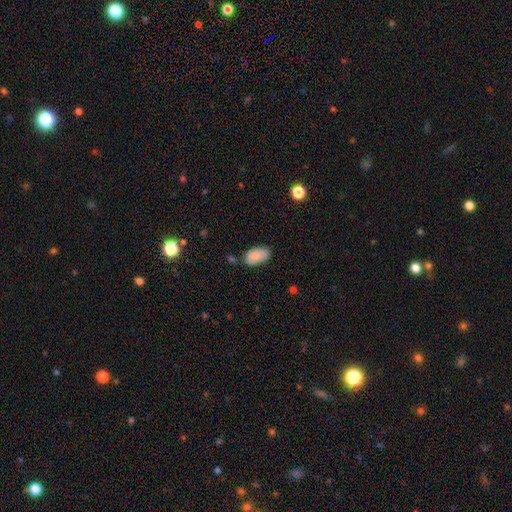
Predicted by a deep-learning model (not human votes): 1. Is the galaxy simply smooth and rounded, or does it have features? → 83% smooth, 9% featured or disk, 7% star or artifact.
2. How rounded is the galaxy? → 94% in between, 4% round, 2% cigar-shaped.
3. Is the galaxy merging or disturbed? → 65% none, 26% minor disturbance, 5% major disturbance, 4% merger.